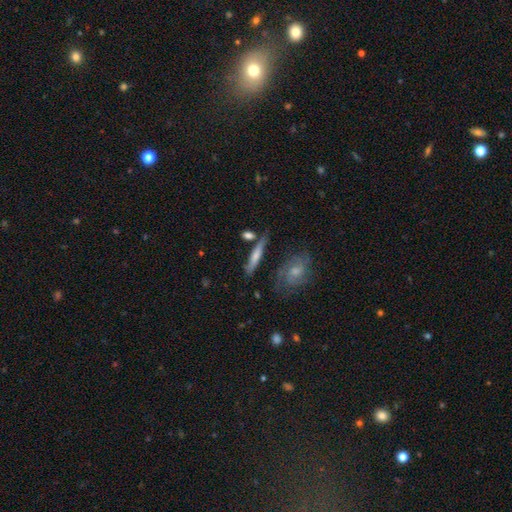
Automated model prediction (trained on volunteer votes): A smooth galaxy with no disk features (59%) that is cigar-shaped (85%).

Vote fractions:
- Smooth or featured? smooth: 59% / featured or disk: 35% / star or artifact: 6%
- How rounded? cigar-shaped: 85% / in between: 12% / round: 3%
- Merging? none: 71% / minor disturbance: 15% / merger: 10% / major disturbance: 5%